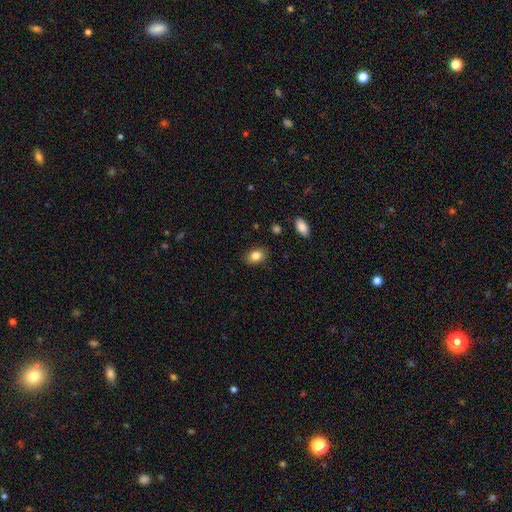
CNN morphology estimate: smooth_or_featured: smooth (p=0.85) [alt: star or artifact p=0.09]
how_rounded: in between (p=0.81) [alt: round p=0.18]
merging: none (p=0.85) [alt: minor disturbance p=0.11]